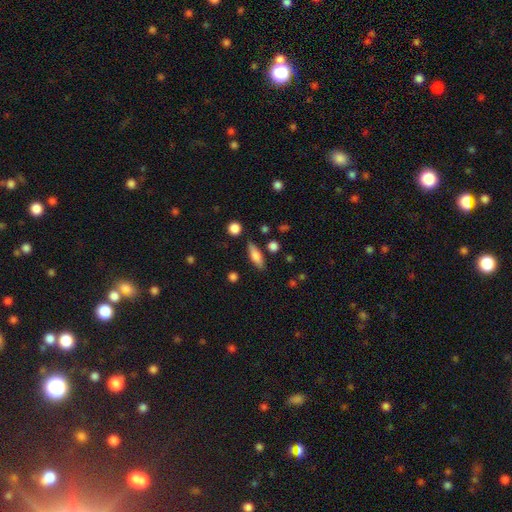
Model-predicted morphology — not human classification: This is likely a smooth galaxy (68%). How rounded: possibly cigar-shaped (51%). Merging: clearly none (82%).